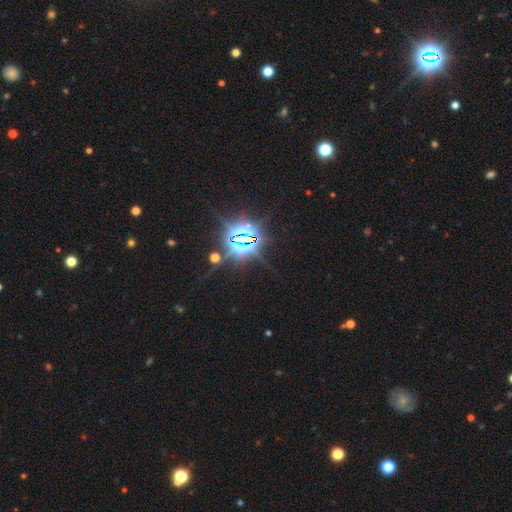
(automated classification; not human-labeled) Overall: star or artifact (85%).